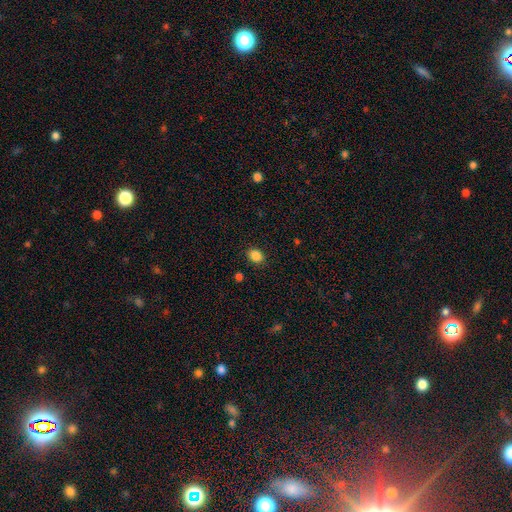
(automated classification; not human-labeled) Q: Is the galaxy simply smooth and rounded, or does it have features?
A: smooth — 87%.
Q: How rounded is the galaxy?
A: in between — 52%.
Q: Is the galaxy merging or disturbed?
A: none — 88%.